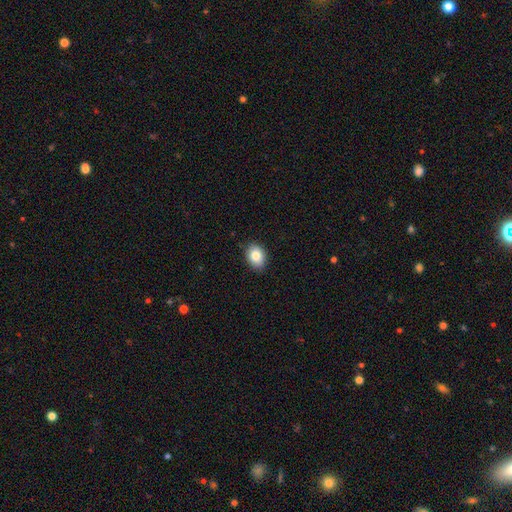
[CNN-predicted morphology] Overall: smooth (83%). How rounded: in between (72%). Merging: none (87%).